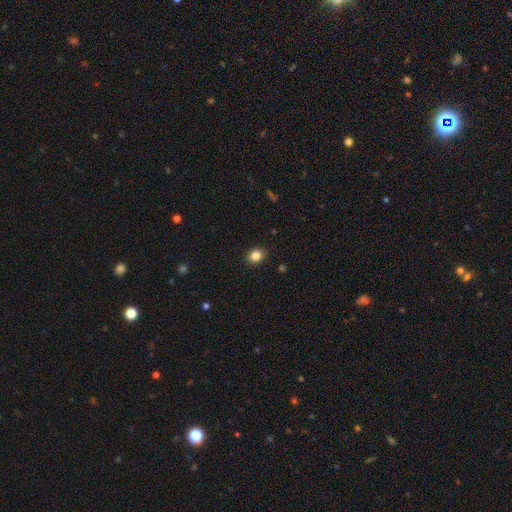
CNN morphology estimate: A smooth galaxy with no disk features (84%) that is round (61%). Merging: none (90%).